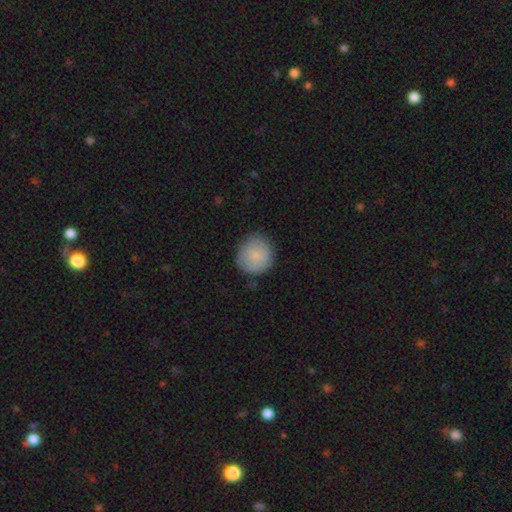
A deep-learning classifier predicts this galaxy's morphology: Smooth or featured?
  - smooth: 83% *
  - featured or disk: 11%
  - star or artifact: 7%
How rounded?
  - round: 92% *
  - in between: 7%
  - cigar-shaped: 1%
Merging?
  - none: 83% *
  - minor disturbance: 13%
  - major disturbance: 3%
  - merger: 1%